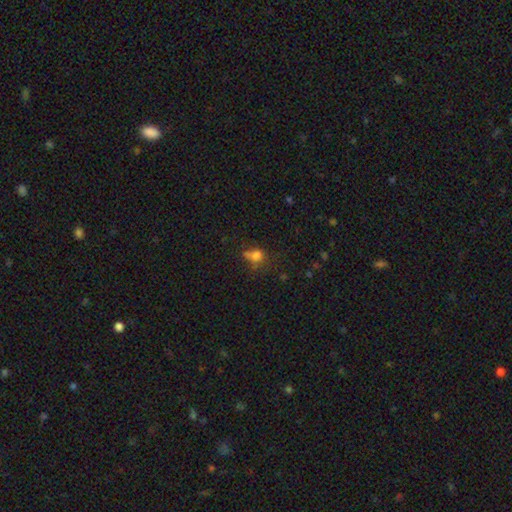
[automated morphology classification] Smooth or featured?
  - smooth: 71% *
  - star or artifact: 17%
  - featured or disk: 12%
How rounded?
  - round: 59% *
  - in between: 38%
  - cigar-shaped: 2%
Merging?
  - none: 42% *
  - minor disturbance: 21%
  - merger: 21%
  - major disturbance: 15%